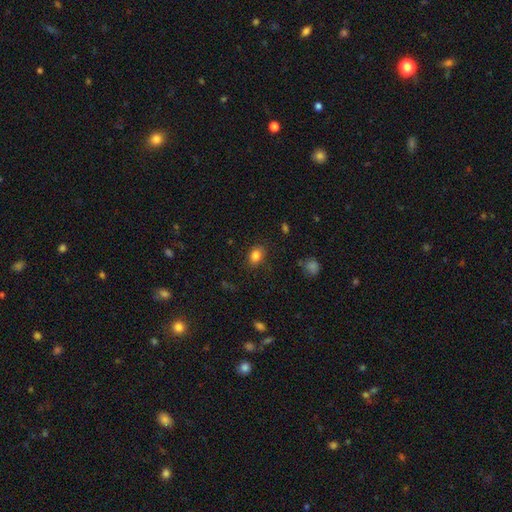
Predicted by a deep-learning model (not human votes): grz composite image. It shows a smooth galaxy with no disk features (83%) that is in between round and cigar-shaped (70%). Merging: none (82%).